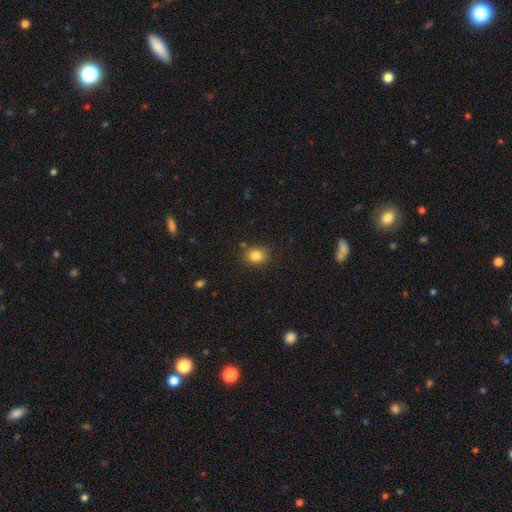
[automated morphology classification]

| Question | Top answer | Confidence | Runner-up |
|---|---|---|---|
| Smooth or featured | smooth | 83% | star or artifact (11%) |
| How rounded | round | 62% | in between (37%) |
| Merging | none | 84% | minor disturbance (11%) |